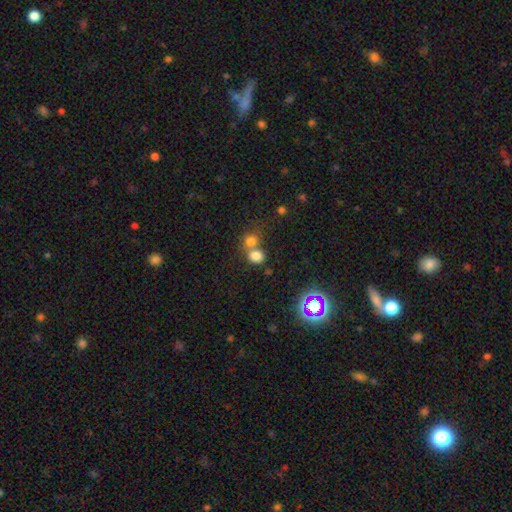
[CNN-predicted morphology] Smooth or featured? smooth (75%)
How rounded? round (68%)
Merging? merger (47%)